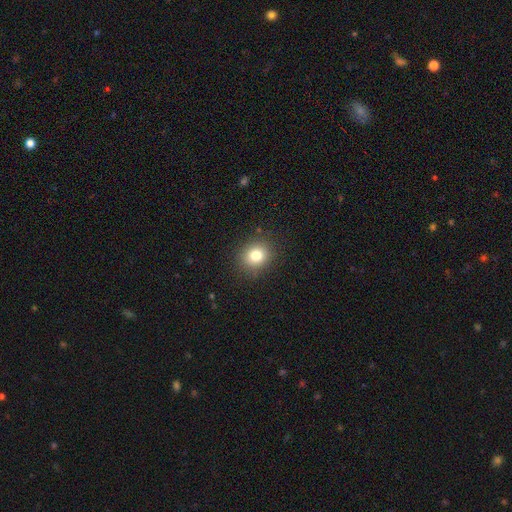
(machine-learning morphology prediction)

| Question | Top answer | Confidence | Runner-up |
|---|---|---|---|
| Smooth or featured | smooth | 80% | star or artifact (12%) |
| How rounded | round | 72% | in between (27%) |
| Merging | none | 88% | minor disturbance (8%) |